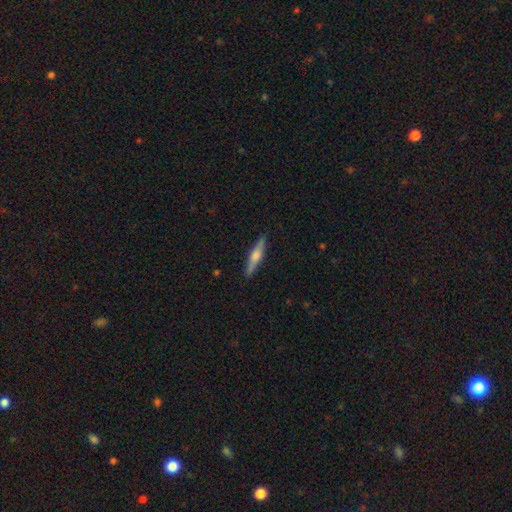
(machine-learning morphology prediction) A featured or disk galaxy (55%) viewed edge-on (96%) with a rounded central bulge (84%). Merging: none (89%).